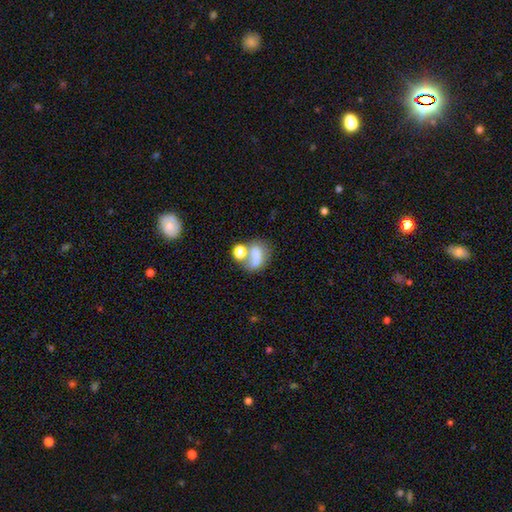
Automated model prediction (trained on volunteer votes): smooth_or_featured: smooth (p=0.65) [alt: featured or disk p=0.20]
how_rounded: in between (p=0.60) [alt: round p=0.34]
merging: merger (p=0.38) [alt: none p=0.32]